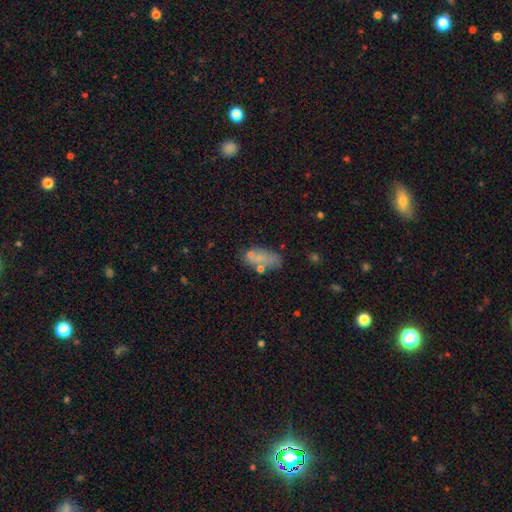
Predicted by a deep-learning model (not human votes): Smooth or featured? Predicted: smooth (p=0.59). How rounded? Predicted: in between (p=0.78). Merging? Predicted: none (p=0.63).